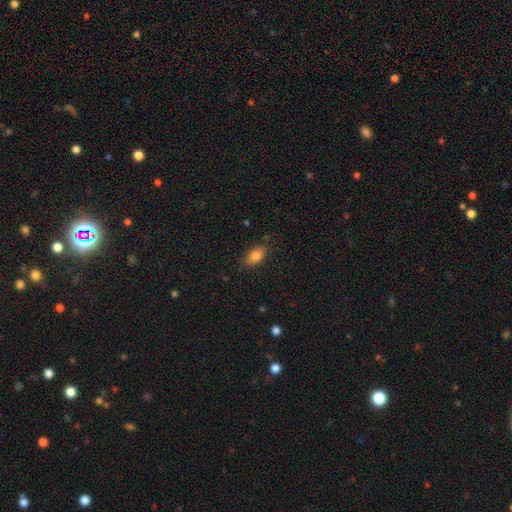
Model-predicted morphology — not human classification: A smooth galaxy with no disk features (83%) that is in between round and cigar-shaped (89%).

Vote fractions:
- Smooth or featured? smooth: 83% / featured or disk: 9% / star or artifact: 9%
- How rounded? in between: 89% / round: 6% / cigar-shaped: 5%
- Merging? none: 81% / minor disturbance: 14% / major disturbance: 3% / merger: 1%